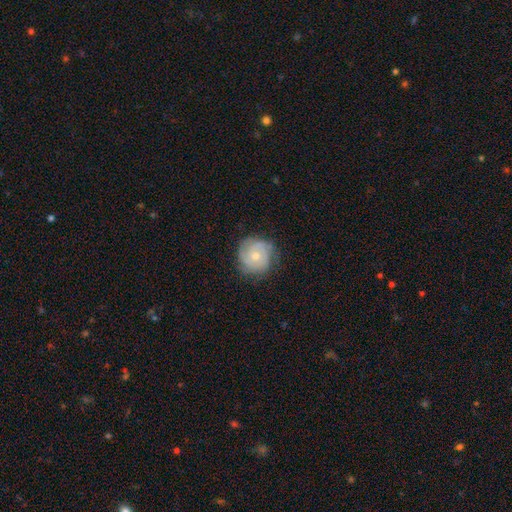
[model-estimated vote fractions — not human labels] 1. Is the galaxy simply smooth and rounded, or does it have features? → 69% featured or disk, 25% smooth, 7% star or artifact.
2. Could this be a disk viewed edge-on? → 98% no, 2% yes.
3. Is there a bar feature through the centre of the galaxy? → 80% no, 17% weak, 3% strong.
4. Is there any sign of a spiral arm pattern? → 91% yes, 9% no.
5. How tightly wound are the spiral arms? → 67% tight, 27% medium, 6% loose.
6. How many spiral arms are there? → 31% 3, 27% can't tell, 24% 2, 8% 4, 5% 1, 5% more than 4.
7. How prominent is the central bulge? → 53% moderate, 43% small, 2% large, 1% none, 1% dominant.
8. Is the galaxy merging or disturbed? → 77% none, 17% minor disturbance, 5% major disturbance, 1% merger.